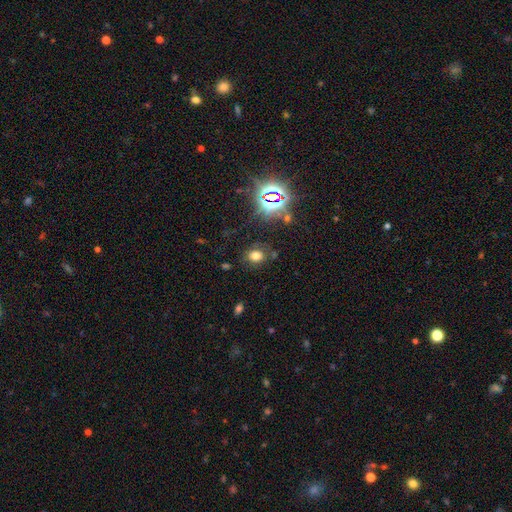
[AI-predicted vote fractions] Overall: smooth (66%). How rounded: in between (53%; round 46%). Merging: none (77%).